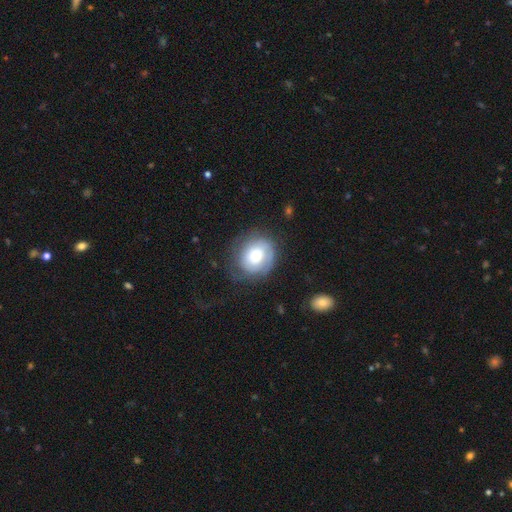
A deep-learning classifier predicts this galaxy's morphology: Smooth or featured: featured or disk — 48% (smooth — 45%)
Merging: none — 64% (minor disturbance — 21%)